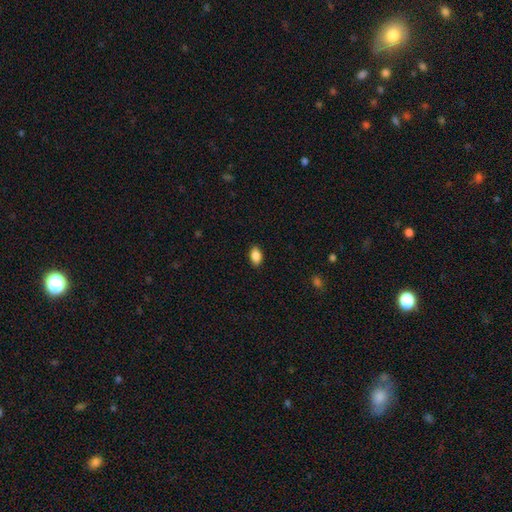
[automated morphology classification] Q: Smooth or featured?
A: smooth (88%); runner-up: star or artifact (8%)
Q: How rounded?
A: in between (90%); runner-up: round (7%)
Q: Merging?
A: none (89%); runner-up: minor disturbance (8%)